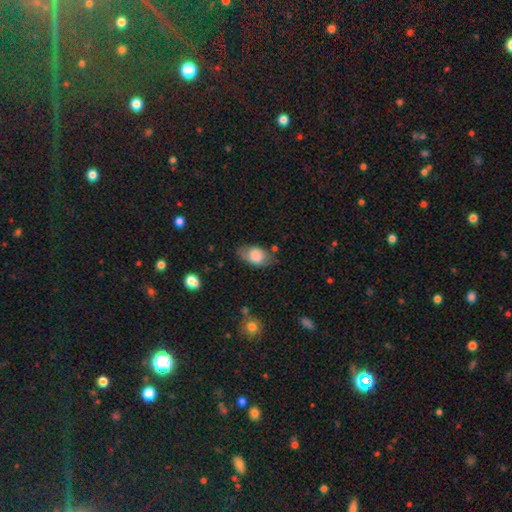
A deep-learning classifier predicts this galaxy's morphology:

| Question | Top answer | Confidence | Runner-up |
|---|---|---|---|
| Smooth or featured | smooth | 74% | featured or disk (18%) |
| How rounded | in between | 88% | round (10%) |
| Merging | none | 65% | minor disturbance (24%) |